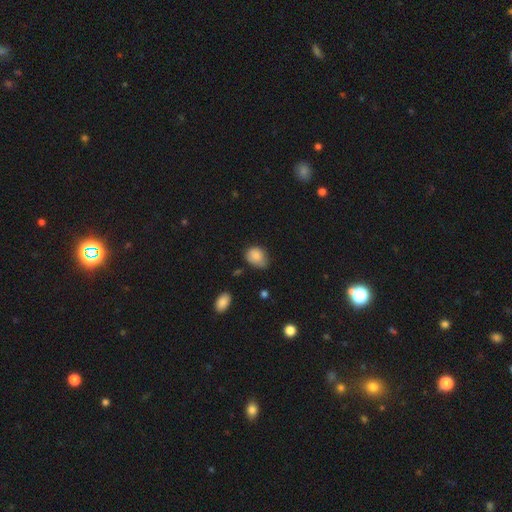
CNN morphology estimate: Smooth or featured? Predicted: smooth (p=0.84). How rounded? Predicted: in between (p=0.59). Merging? Predicted: none (p=0.44).